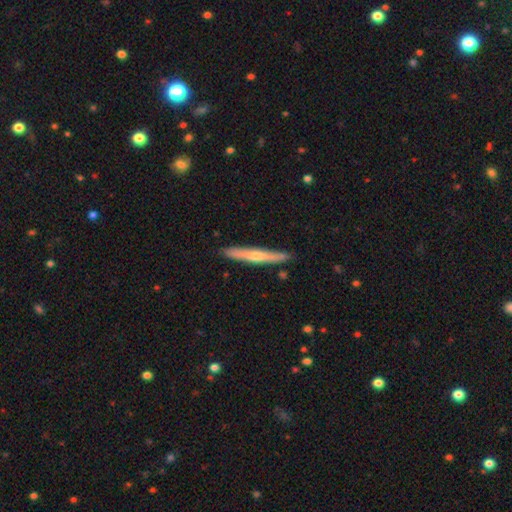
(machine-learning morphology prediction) smooth_or_featured: featured or disk (p=0.51) [alt: smooth p=0.44]
disk_edge_on: yes (p=0.94) [alt: no p=0.06]
merging: none (p=0.87) [alt: minor disturbance p=0.10]